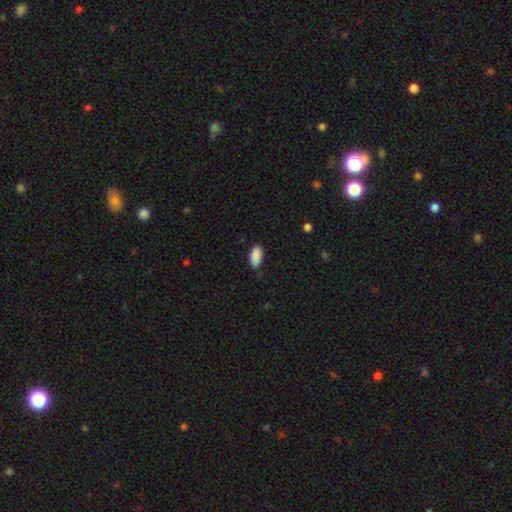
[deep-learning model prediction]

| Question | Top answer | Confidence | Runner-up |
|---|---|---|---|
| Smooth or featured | smooth | 90% | star or artifact (7%) |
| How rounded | in between | 94% | cigar-shaped (4%) |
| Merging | none | 84% | minor disturbance (12%) |